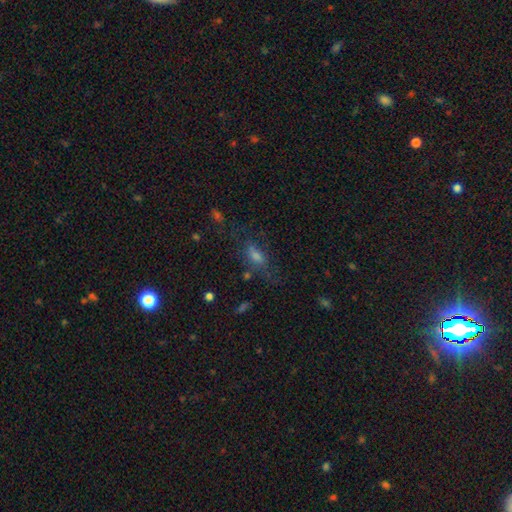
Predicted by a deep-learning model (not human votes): smooth-or-featured: smooth: 50% | featured or disk: 26% | star or artifact: 24%
  merging: none: 56% | minor disturbance: 21% | major disturbance: 19% | merger: 4%